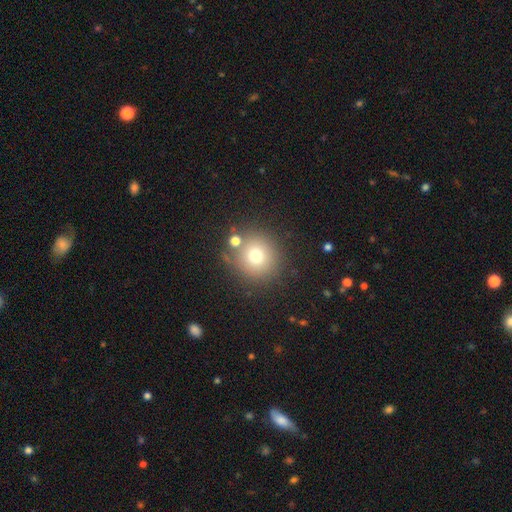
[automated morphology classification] This is likely a smooth galaxy (73%). How rounded: clearly round (92%). Merging: likely none (77%).